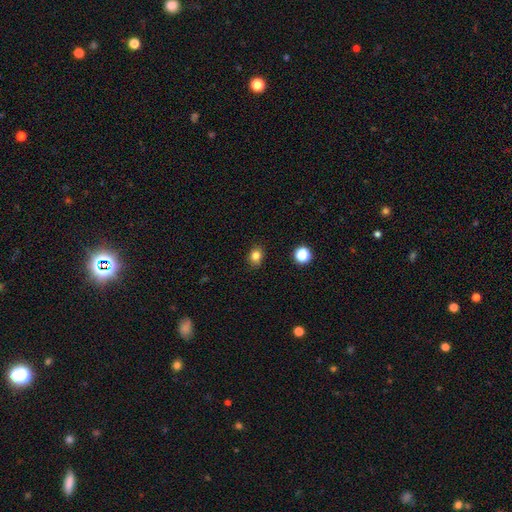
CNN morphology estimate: Smooth or featured? Predicted: smooth (p=0.81). How rounded? Predicted: round (p=0.56). Merging? Predicted: none (p=0.85).